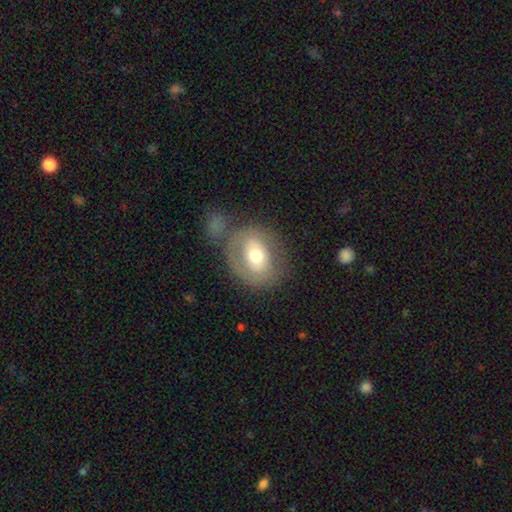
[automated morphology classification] Smooth or featured? Predicted: smooth (p=0.49). Merging? Predicted: none (p=0.57).